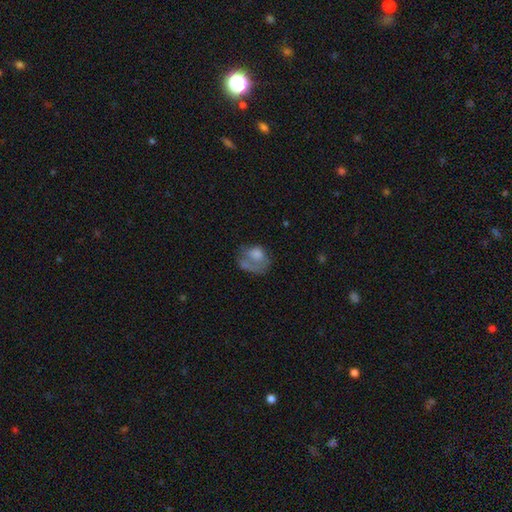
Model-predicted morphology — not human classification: Overall: smooth (59%; featured or disk 31%). How rounded: in between (56%; round 43%). Merging: major disturbance (38%; none 27%).